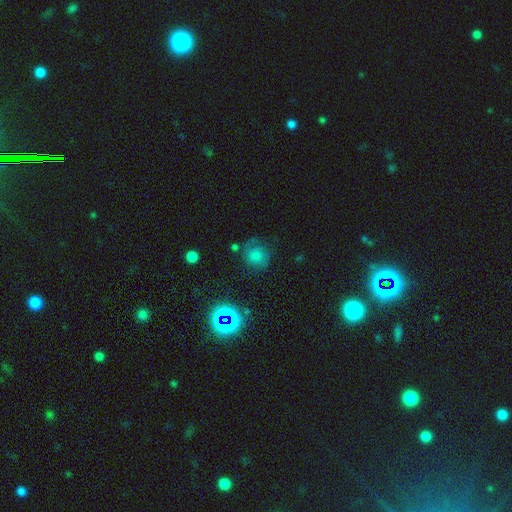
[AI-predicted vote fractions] The model was most divided on "smooth or featured": smooth: 52%, star or artifact: 26%, featured or disk: 21%. More confident: how rounded — round (83%); merging — none (70%).